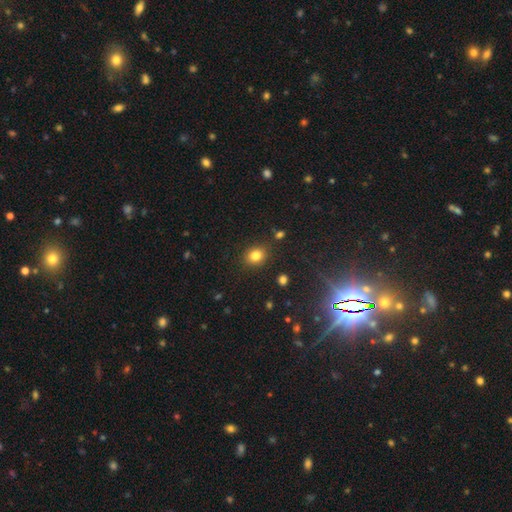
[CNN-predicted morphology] Overall: smooth (81%). How rounded: round (64%; in between 35%). Merging: none (86%).